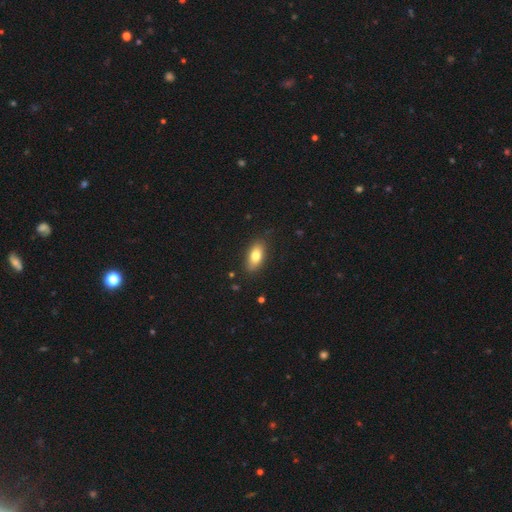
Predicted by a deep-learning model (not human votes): Smooth or featured?
  - smooth: 78% *
  - featured or disk: 14%
  - star or artifact: 7%
How rounded?
  - in between: 88% *
  - cigar-shaped: 7%
  - round: 4%
Merging?
  - none: 84% *
  - minor disturbance: 13%
  - major disturbance: 3%
  - merger: 1%